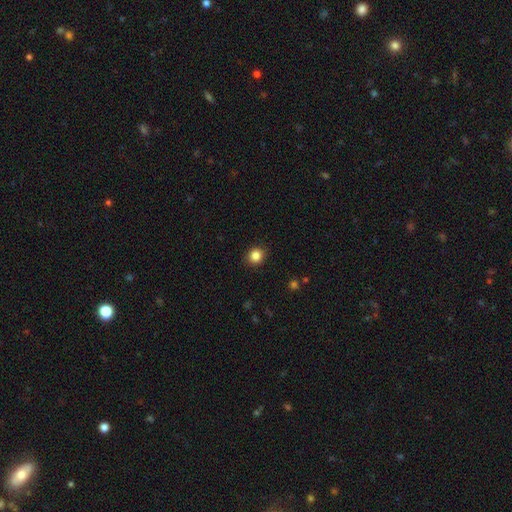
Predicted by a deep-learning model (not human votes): This is clearly a smooth galaxy (85%). How rounded: likely round (79%). Merging: clearly none (90%).